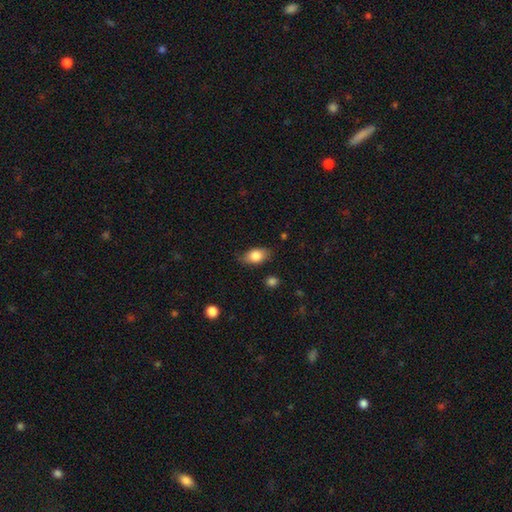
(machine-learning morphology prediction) smooth-or-featured: smooth: 81% | featured or disk: 12% | star or artifact: 7%
  how-rounded: in between: 86% | round: 11% | cigar-shaped: 3%
  merging: none: 76% | minor disturbance: 19% | major disturbance: 4% | merger: 1%